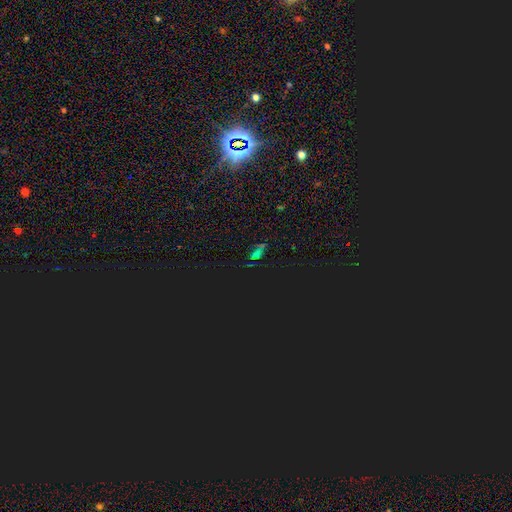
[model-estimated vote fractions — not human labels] This is likely a star or artifact rather than a galaxy (63%).